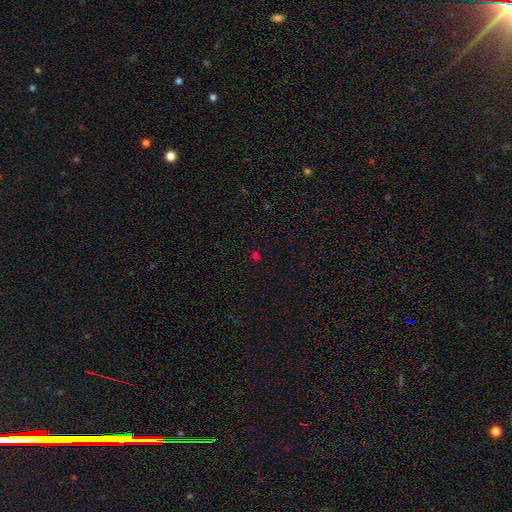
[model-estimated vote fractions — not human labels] Overall: smooth (52%; star or artifact 43%). How rounded: round (81%). Merging: none (82%).